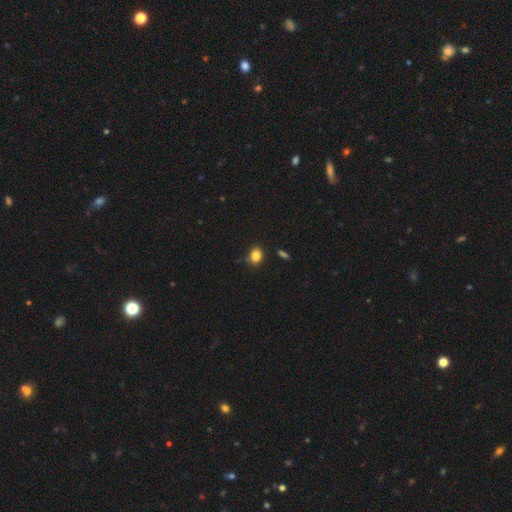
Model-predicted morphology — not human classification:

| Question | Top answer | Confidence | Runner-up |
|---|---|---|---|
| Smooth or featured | smooth | 84% | star or artifact (11%) |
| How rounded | round | 54% | in between (45%) |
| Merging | none | 82% | minor disturbance (11%) |